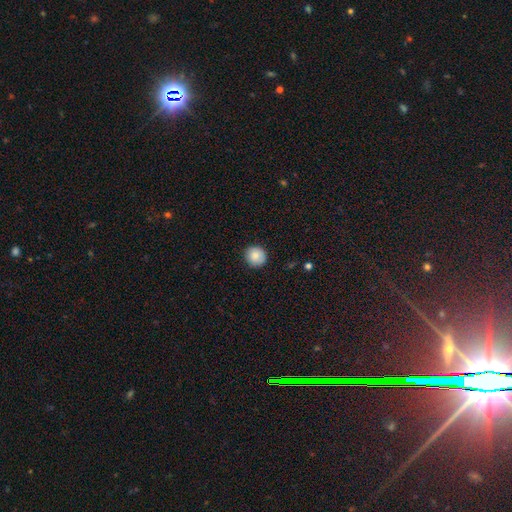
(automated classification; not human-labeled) Smooth or featured? smooth (85%)
How rounded? round (92%)
Merging? none (88%)